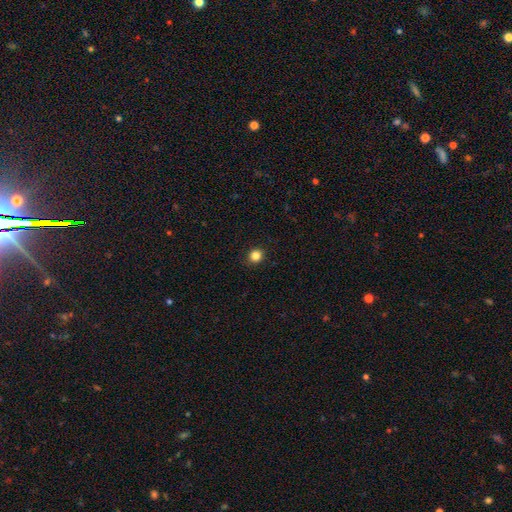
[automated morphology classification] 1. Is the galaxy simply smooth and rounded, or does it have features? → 84% smooth, 12% star or artifact, 4% featured or disk.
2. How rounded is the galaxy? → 86% round, 13% in between, 1% cigar-shaped.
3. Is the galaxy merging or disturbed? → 92% none, 6% minor disturbance, 2% major disturbance, 1% merger.